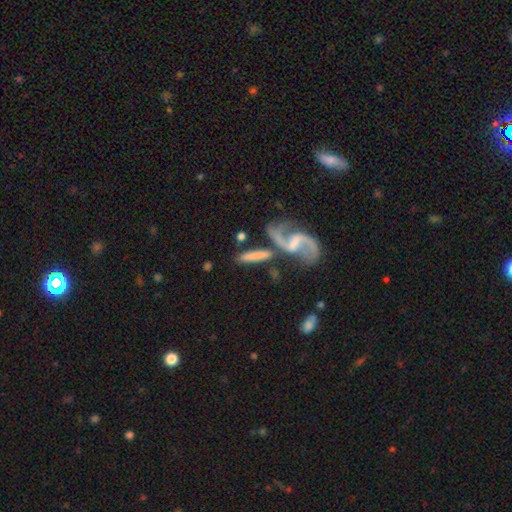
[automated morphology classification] Smooth or featured: smooth — 48% (featured or disk — 45%)
Merging: none — 54% (merger — 25%)